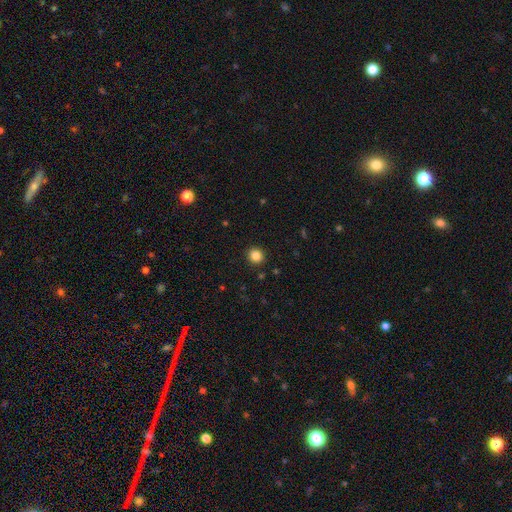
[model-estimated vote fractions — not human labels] Smooth or featured?
  - smooth: 84% *
  - star or artifact: 12%
  - featured or disk: 4%
How rounded?
  - round: 90% *
  - in between: 9%
  - cigar-shaped: 1%
Merging?
  - none: 92% *
  - minor disturbance: 5%
  - major disturbance: 2%
  - merger: 1%